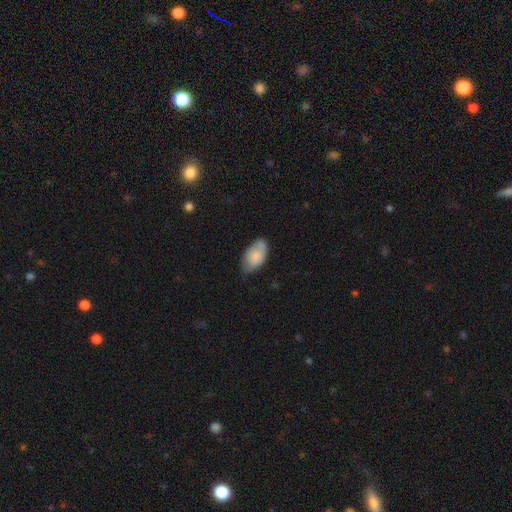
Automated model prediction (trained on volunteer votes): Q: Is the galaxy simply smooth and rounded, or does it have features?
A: smooth — 75%.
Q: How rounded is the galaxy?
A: in between — 94%.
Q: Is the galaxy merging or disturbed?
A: none — 58%.